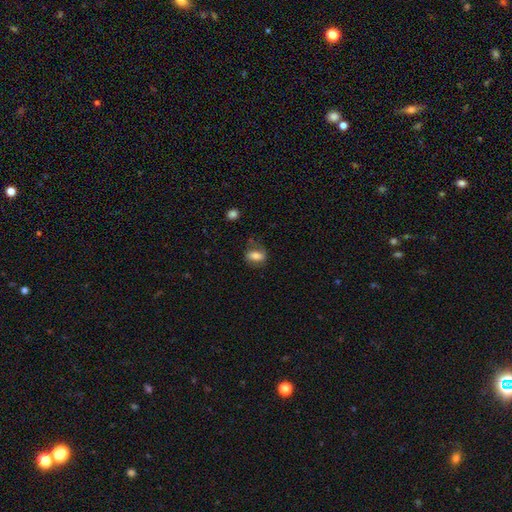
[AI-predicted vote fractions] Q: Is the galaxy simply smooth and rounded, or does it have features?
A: smooth — 69%.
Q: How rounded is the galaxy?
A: in between — 80%.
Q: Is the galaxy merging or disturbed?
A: none — 61%.